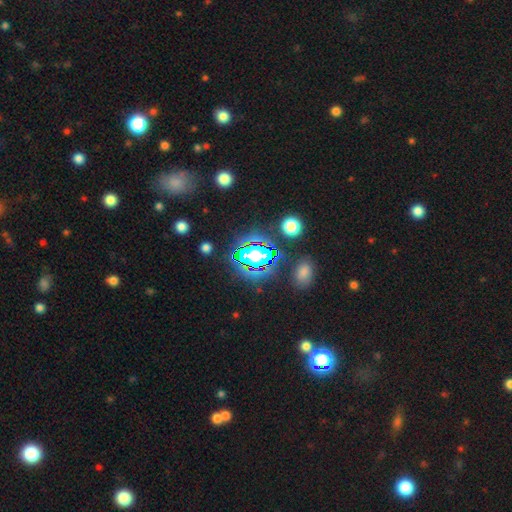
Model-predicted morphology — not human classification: Smooth or featured: star or artifact — 79% (smooth — 14%)